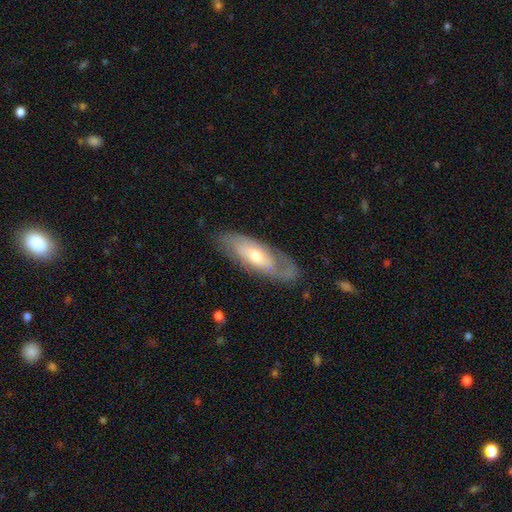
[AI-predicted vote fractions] Q: Smooth or featured?
A: featured or disk (61%); runner-up: smooth (34%)
Q: Edge-on disk?
A: no (80%); runner-up: yes (20%)
Q: Merging?
A: none (72%); runner-up: minor disturbance (19%)